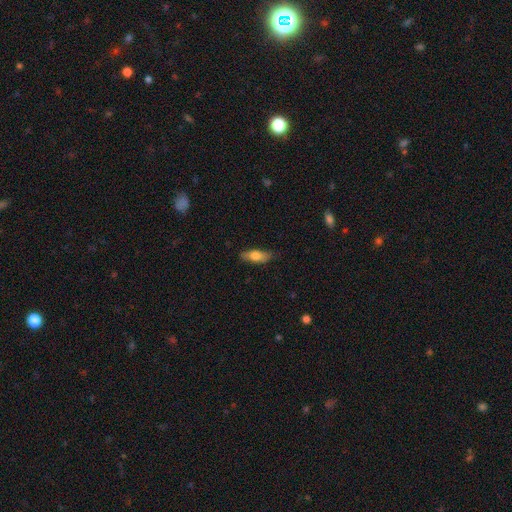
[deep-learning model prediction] Morphology: type=smooth (68%); roundness=in between (63%); merging=none (80%).